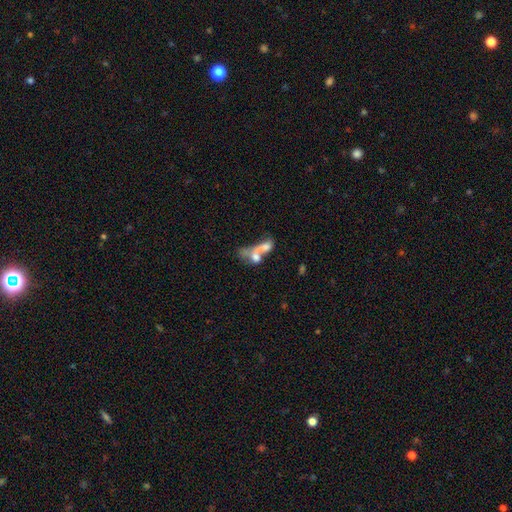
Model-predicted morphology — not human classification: A smooth galaxy with no disk features (58%) that is in between round and cigar-shaped (61%).

Vote fractions:
- Smooth or featured? smooth: 58% / featured or disk: 30% / star or artifact: 12%
- How rounded? in between: 61% / round: 23% / cigar-shaped: 16%
- Merging? merger: 66% / major disturbance: 15% / none: 13% / minor disturbance: 6%